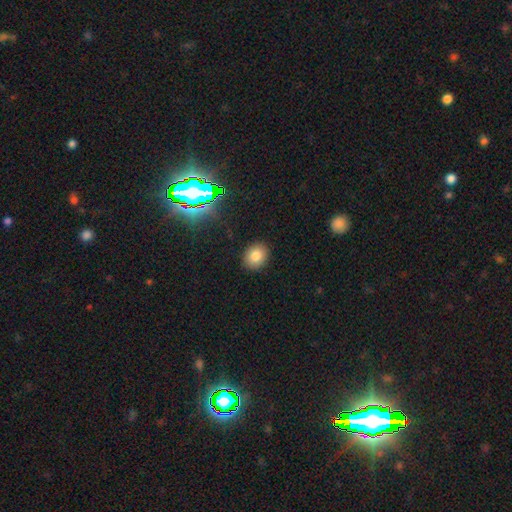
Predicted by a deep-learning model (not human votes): Smooth or featured? Predicted: smooth (p=0.80). How rounded? Predicted: round (p=0.58). Merging? Predicted: none (p=0.90).